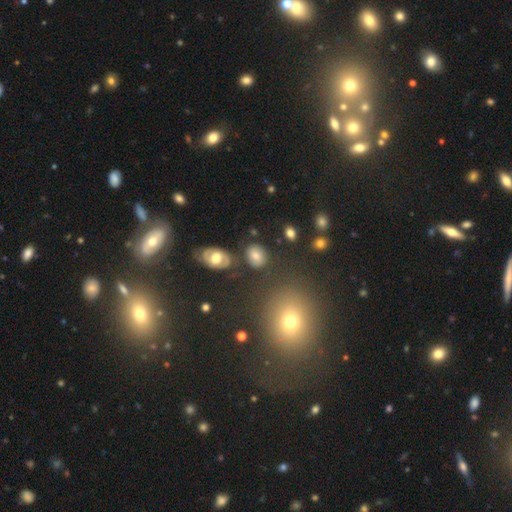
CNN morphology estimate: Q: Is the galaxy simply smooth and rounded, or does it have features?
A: smooth — 67%.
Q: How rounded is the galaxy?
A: in between — 51%.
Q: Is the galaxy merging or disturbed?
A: none — 79%.